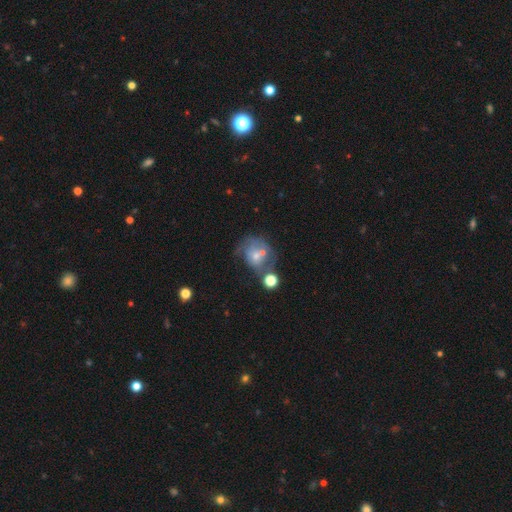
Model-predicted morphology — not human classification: smooth-or-featured: featured or disk: 48% | smooth: 36% | star or artifact: 15%
  merging: none: 34% | merger: 31% | major disturbance: 17% | minor disturbance: 17%